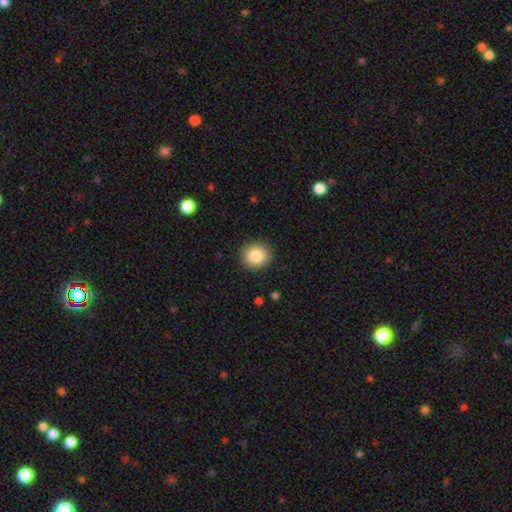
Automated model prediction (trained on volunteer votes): This appears to be a smooth galaxy with no disk features (84%) that is round (89%). Merging: none (90%).